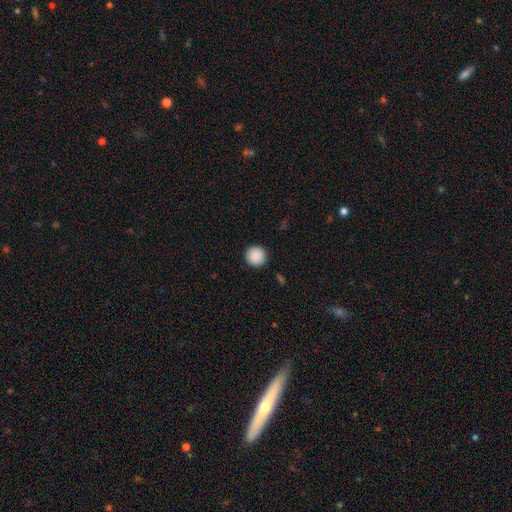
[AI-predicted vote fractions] smooth-or-featured: smooth: 90% | star or artifact: 8% | featured or disk: 2%
  how-rounded: round: 96% | in between: 3% | cigar-shaped: 1%
  merging: none: 92% | minor disturbance: 5% | major disturbance: 2% | merger: 1%